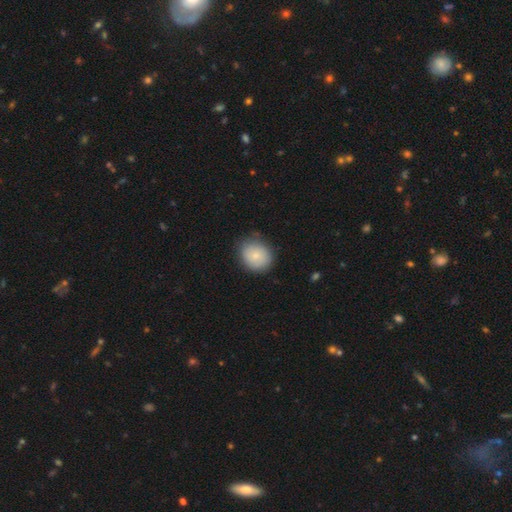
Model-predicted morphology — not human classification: Smooth or featured?
  - smooth: 80% *
  - featured or disk: 13%
  - star or artifact: 7%
How rounded?
  - round: 69% *
  - in between: 30%
  - cigar-shaped: 1%
Merging?
  - none: 80% *
  - minor disturbance: 16%
  - major disturbance: 3%
  - merger: 1%